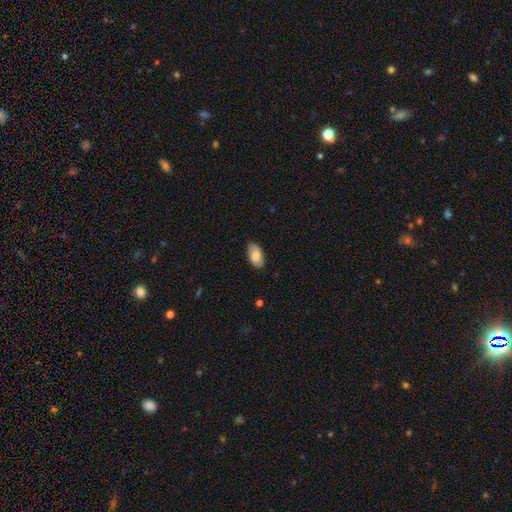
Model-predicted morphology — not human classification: Q: Smooth or featured?
A: smooth (82%); runner-up: featured or disk (12%)
Q: How rounded?
A: in between (94%); runner-up: round (3%)
Q: Merging?
A: none (80%); runner-up: minor disturbance (16%)